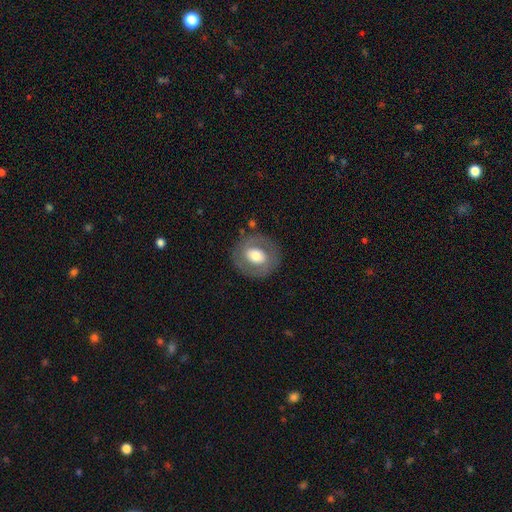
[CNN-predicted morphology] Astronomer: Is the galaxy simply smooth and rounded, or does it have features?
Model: smooth — 50% (runner-up: featured or disk, 43%).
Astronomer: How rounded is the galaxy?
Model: round — 71%.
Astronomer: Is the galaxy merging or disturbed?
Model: none — 81%.